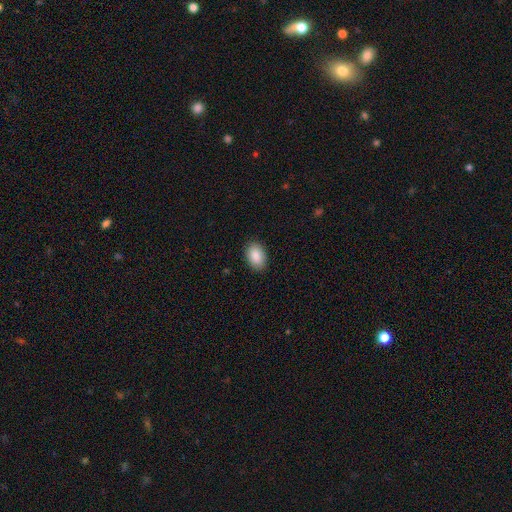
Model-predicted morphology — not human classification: Smooth or featured? Predicted: smooth (p=0.90). How rounded? Predicted: in between (p=0.90). Merging? Predicted: none (p=0.89).